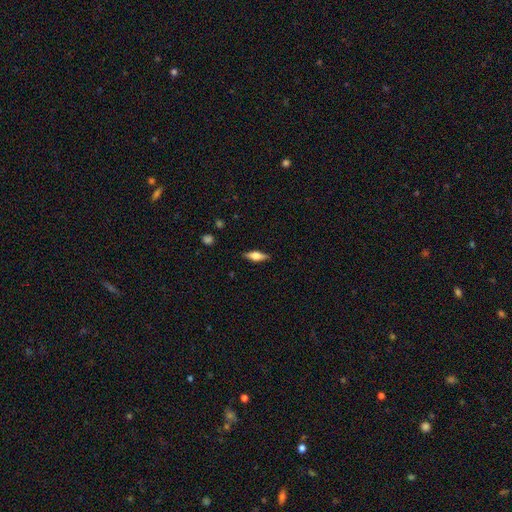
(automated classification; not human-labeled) Smooth or featured? Predicted: smooth (p=0.50). How rounded? Predicted: in between (p=0.55). Merging? Predicted: none (p=0.86).